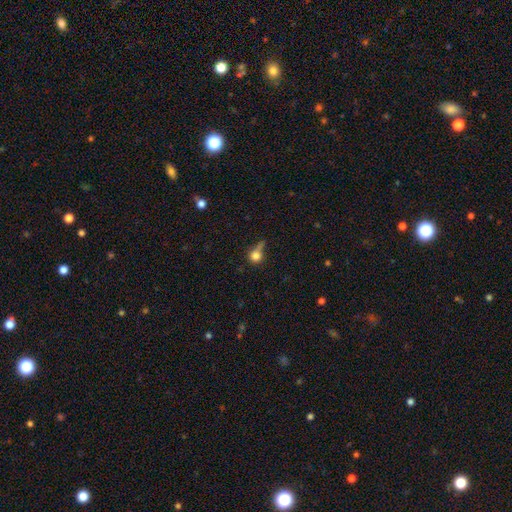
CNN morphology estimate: A smooth galaxy with no disk features (74%) that is round (79%).

Vote fractions:
- Smooth or featured? smooth: 74% / featured or disk: 13% / star or artifact: 12%
- How rounded? round: 79% / in between: 18% / cigar-shaped: 3%
- Merging? none: 38% / minor disturbance: 26% / major disturbance: 24% / merger: 12%